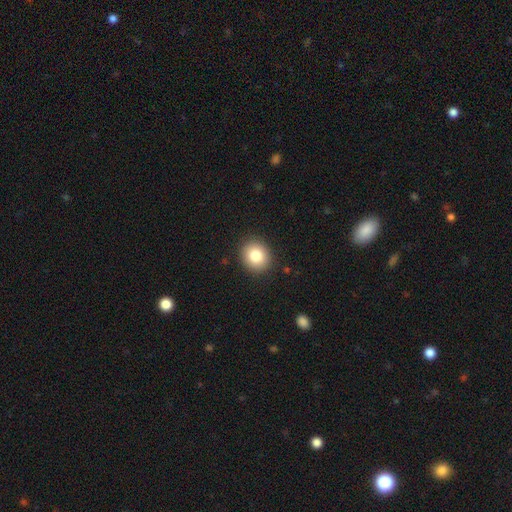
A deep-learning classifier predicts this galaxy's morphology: Q: Smooth or featured?
A: smooth (83%); runner-up: star or artifact (9%)
Q: How rounded?
A: round (74%); runner-up: in between (25%)
Q: Merging?
A: none (90%); runner-up: minor disturbance (7%)